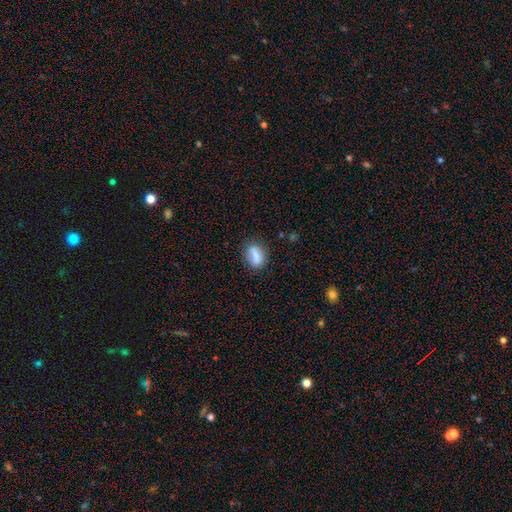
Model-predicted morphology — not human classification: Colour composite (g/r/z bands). It shows a smooth galaxy with no disk features (78%) that is in between round and cigar-shaped (73%). Merging: none (75%).